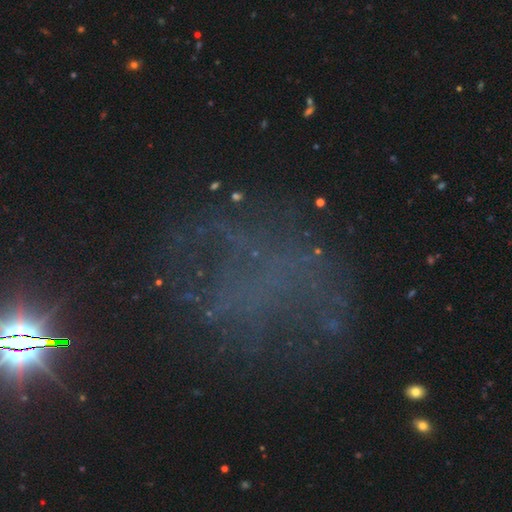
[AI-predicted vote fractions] Smooth or featured? Predicted: star or artifact (p=0.43).